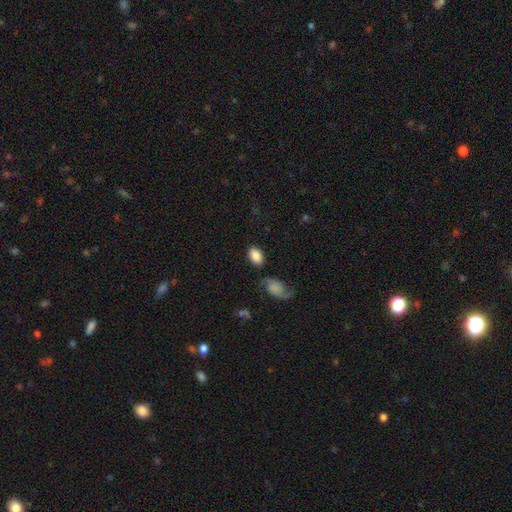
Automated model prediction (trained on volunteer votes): A smooth galaxy with no disk features (84%) that is in between round and cigar-shaped (89%). Merging: none (75%).